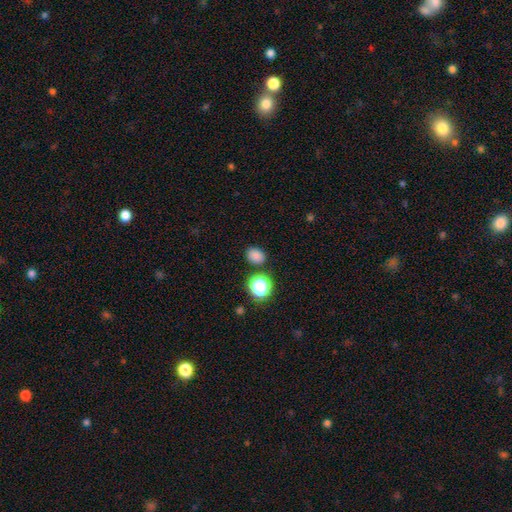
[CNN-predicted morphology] A smooth galaxy with no disk features (80%) that is in between round and cigar-shaped (52%). Merging: none (83%).